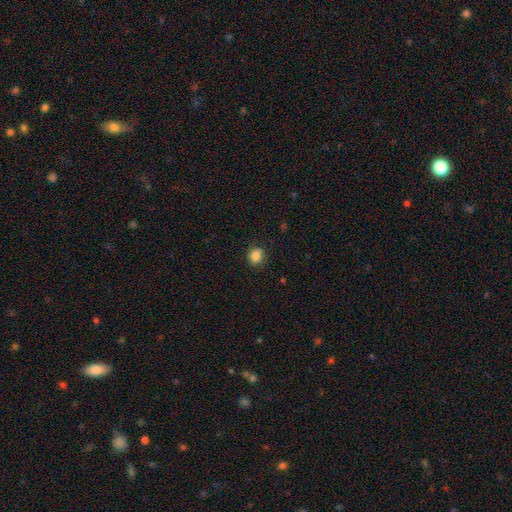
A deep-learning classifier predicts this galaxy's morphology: This is clearly a smooth galaxy (84%). How rounded: likely round (70%). Merging: likely none (79%).